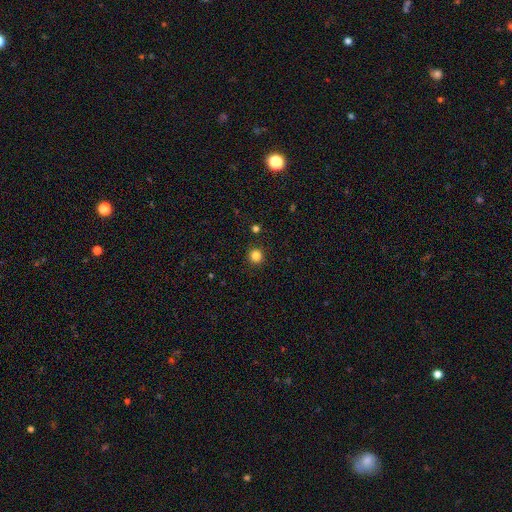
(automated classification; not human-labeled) smooth_or_featured: smooth (p=0.84) [alt: star or artifact p=0.12]
how_rounded: round (p=0.94) [alt: in between p=0.05]
merging: none (p=0.92) [alt: minor disturbance p=0.05]